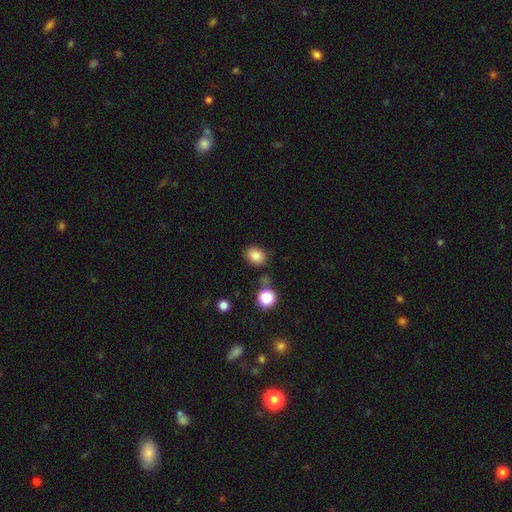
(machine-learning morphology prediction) A smooth galaxy with no disk features (82%) that is in between round and cigar-shaped (54%).

Vote fractions:
- Smooth or featured? smooth: 82% / star or artifact: 12% / featured or disk: 7%
- How rounded? in between: 54% / round: 45% / cigar-shaped: 1%
- Merging? none: 79% / minor disturbance: 13% / merger: 5% / major disturbance: 3%